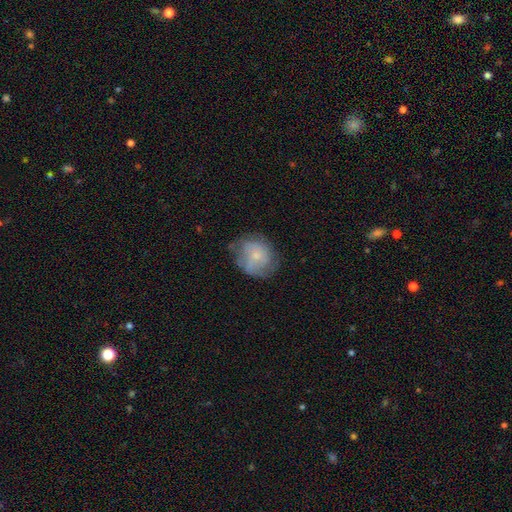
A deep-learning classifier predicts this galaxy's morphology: Smooth or featured? smooth (49%)
Merging? none (59%)